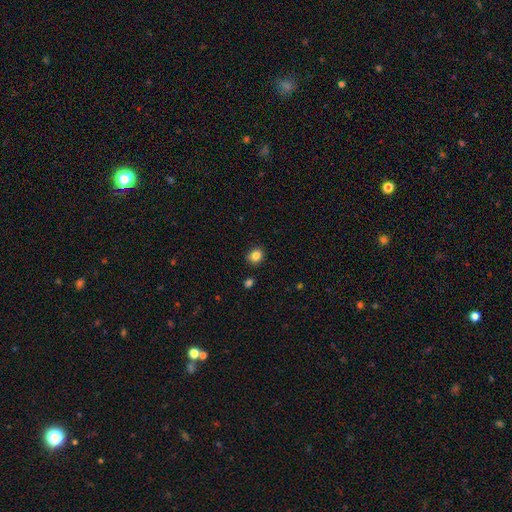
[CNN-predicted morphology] smooth 85%, star or artifact 10%, featured or disk 5%. Down the decision tree: how rounded — round (70%); merging — none (87%).